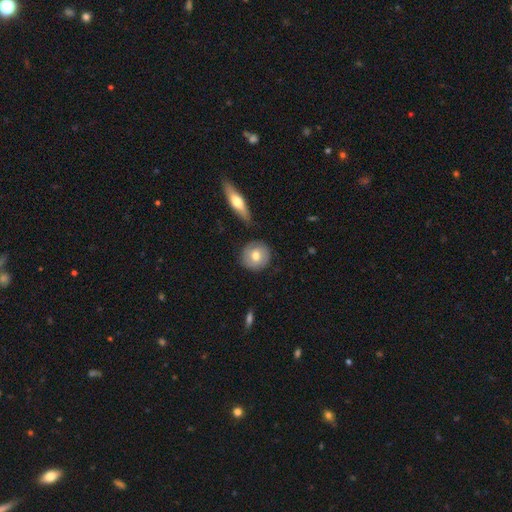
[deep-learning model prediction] The model was most divided on "smooth or featured": smooth: 64%, featured or disk: 30%, star or artifact: 6%. More confident: how rounded — round (87%); merging — none (82%).